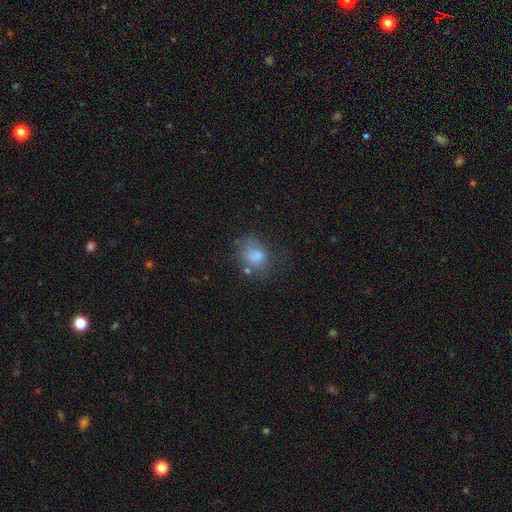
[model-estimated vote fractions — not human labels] Smooth or featured? smooth (73%)
How rounded? round (51%)
Merging? none (52%)